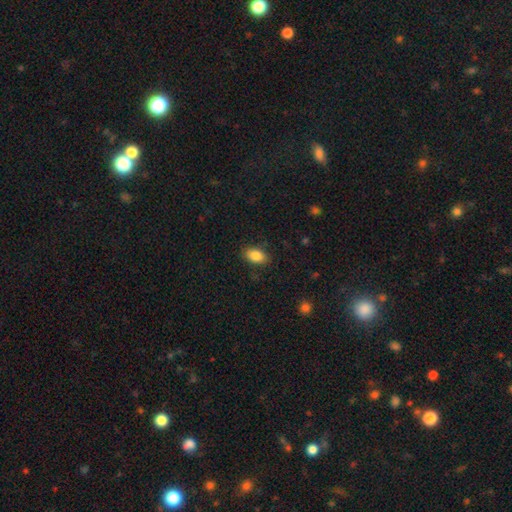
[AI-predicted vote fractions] smooth-or-featured: smooth: 86% | star or artifact: 8% | featured or disk: 6%
  how-rounded: in between: 90% | round: 8% | cigar-shaped: 2%
  merging: none: 86% | minor disturbance: 10% | major disturbance: 3% | merger: 1%